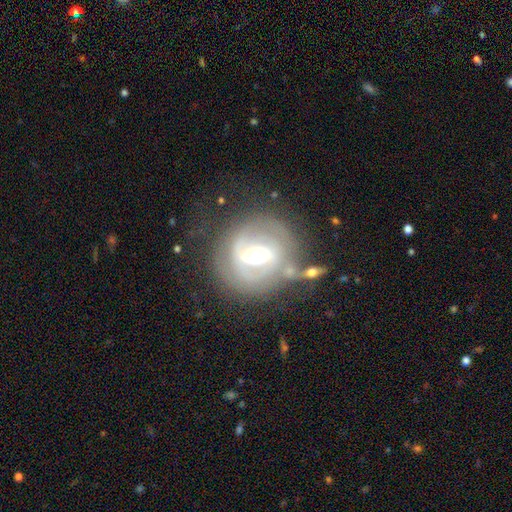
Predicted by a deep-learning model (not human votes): A featured or disk galaxy (78%) with a strong bar (44%), 2 (48%) tight (59%) spiral arms (70%) and a moderate central bulge (67%).

Vote fractions:
- Smooth or featured? featured or disk: 78% / smooth: 16% / star or artifact: 6%
- Edge-on disk? no: 95% / yes: 5%
- Bar? strong: 44% / weak: 40% / no: 16%
- Spiral arms? yes: 70% / no: 30%
- Spiral winding? tight: 59% / medium: 28% / loose: 13%
- Spiral arm count? 2: 48% / can't tell: 33% / 3: 8% / 1: 6% / 4: 3% / more than 4: 2%
- Bulge size? moderate: 67% / small: 23% / large: 8% / dominant: 1% / none: 1%
- Merging? none: 59% / minor disturbance: 18% / major disturbance: 13% / merger: 10%